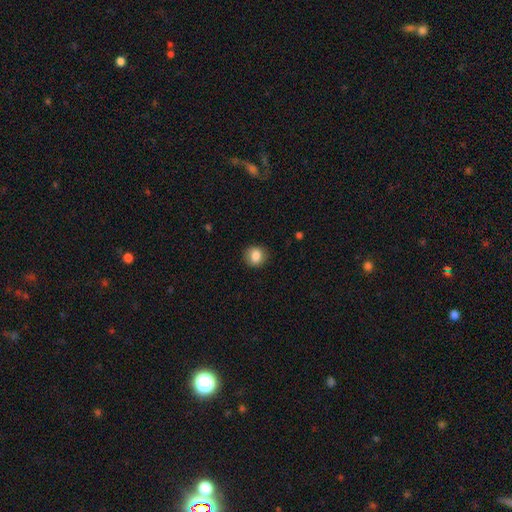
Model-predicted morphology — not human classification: Q: Smooth or featured?
A: smooth (85%); runner-up: star or artifact (9%)
Q: How rounded?
A: round (78%); runner-up: in between (21%)
Q: Merging?
A: none (87%); runner-up: minor disturbance (10%)